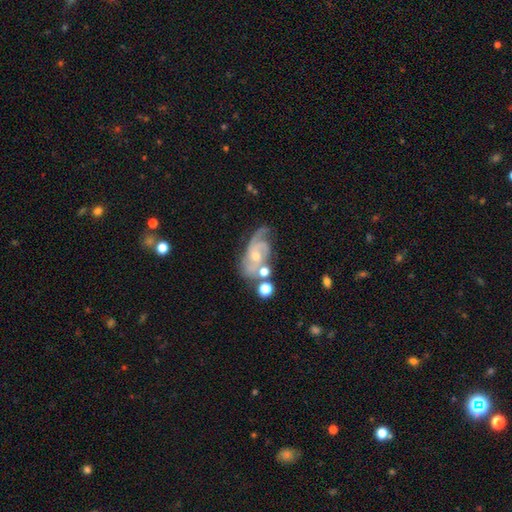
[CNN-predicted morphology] The model was most divided on "spiral winding": medium: 44%, tight: 41%, loose: 15%. Remaining: edge-on disk — no (96%); spiral arms — yes (94%); smooth or featured — featured or disk (82%); bar — no (66%); bulge size — small (54%); merging — none (51%); spiral arm count — 2 (47%).